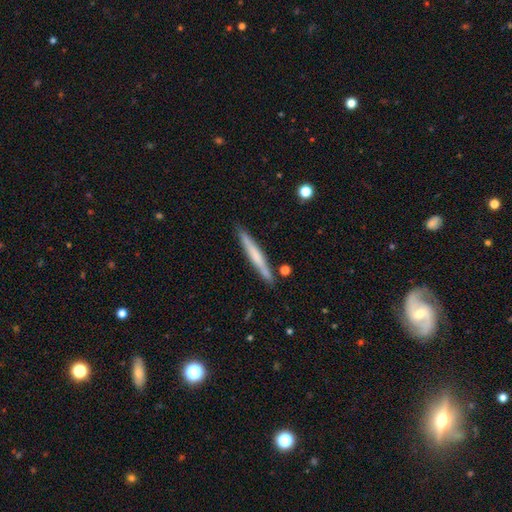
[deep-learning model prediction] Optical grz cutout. It shows a smooth galaxy with no disk features (54%) that is cigar-shaped (96%). Merging: none (87%).